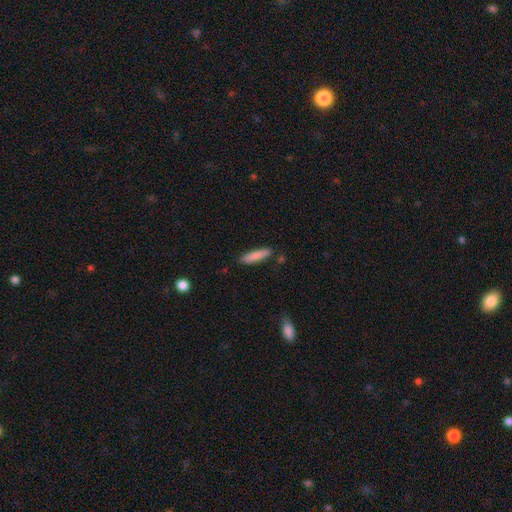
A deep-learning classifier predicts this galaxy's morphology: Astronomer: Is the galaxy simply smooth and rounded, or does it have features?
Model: smooth — 84%.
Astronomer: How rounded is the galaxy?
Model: cigar-shaped — 79%.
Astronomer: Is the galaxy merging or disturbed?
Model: none — 85%.